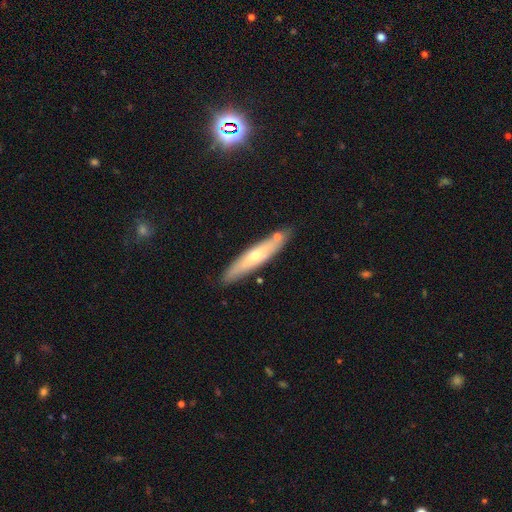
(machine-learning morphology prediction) A smooth galaxy with no disk features (51%) that is cigar-shaped (87%).

Vote fractions:
- Smooth or featured? smooth: 51% / featured or disk: 43% / star or artifact: 6%
- How rounded? cigar-shaped: 87% / in between: 11% / round: 1%
- Merging? none: 82% / minor disturbance: 11% / merger: 5% / major disturbance: 2%